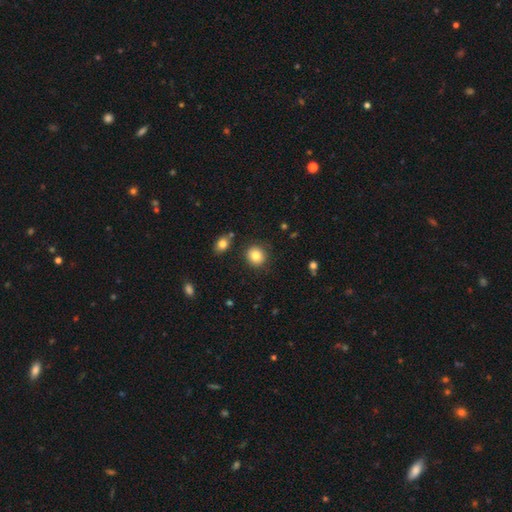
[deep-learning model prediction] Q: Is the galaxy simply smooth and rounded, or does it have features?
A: smooth — 83%.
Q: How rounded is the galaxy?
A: round — 85%.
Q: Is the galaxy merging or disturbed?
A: none — 87%.